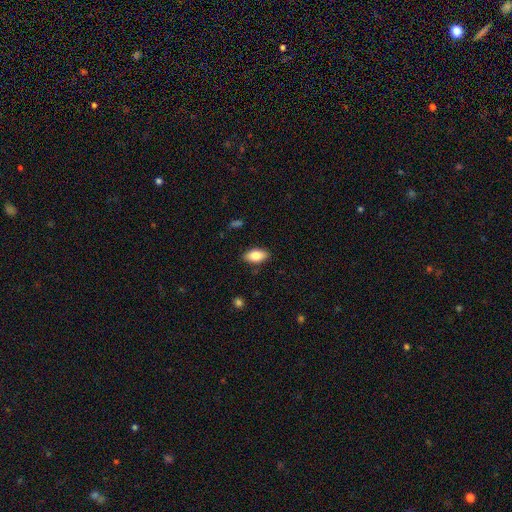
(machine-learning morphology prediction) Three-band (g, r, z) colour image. It shows a smooth galaxy with no disk features (84%) that is in between round and cigar-shaped (92%). Merging: none (87%).